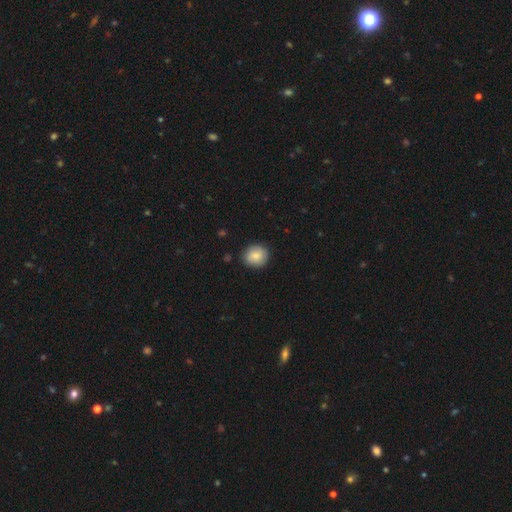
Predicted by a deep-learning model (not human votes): Morphology: type=smooth (82%); roundness=round (81%); merging=none (85%).